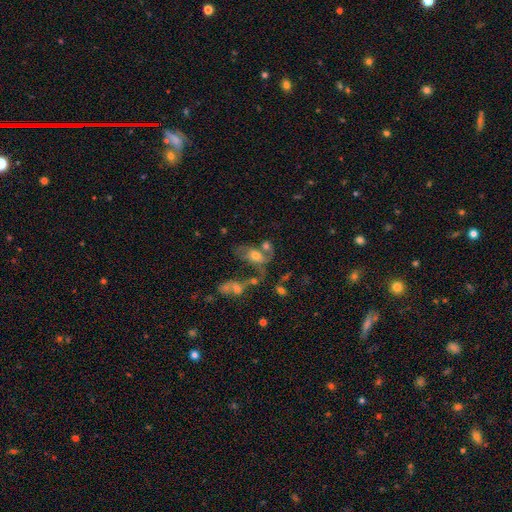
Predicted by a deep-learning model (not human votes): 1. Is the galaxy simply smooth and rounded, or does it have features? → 51% smooth, 36% featured or disk, 13% star or artifact.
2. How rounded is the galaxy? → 81% in between, 16% round, 3% cigar-shaped.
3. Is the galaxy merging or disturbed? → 47% merger, 21% none, 19% major disturbance, 13% minor disturbance.